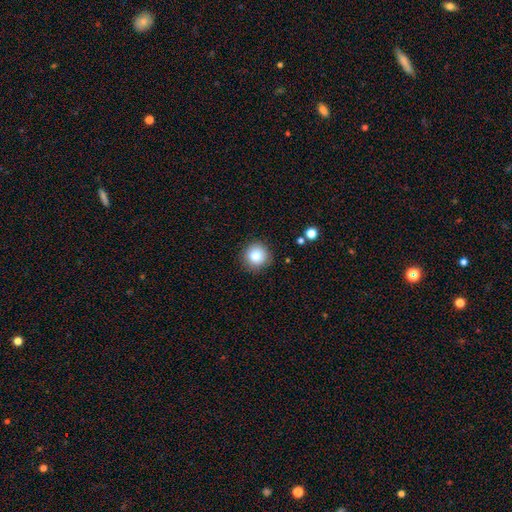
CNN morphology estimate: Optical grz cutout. It shows a smooth galaxy with no disk features (82%) that is round (94%). Merging: none (88%).